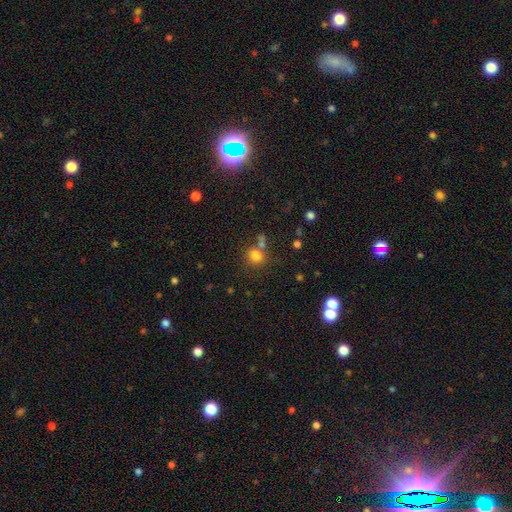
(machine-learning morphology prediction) Smooth or featured: smooth — 79% (star or artifact — 14%)
How rounded: round — 84% (in between — 15%)
Merging: none — 61% (merger — 22%)